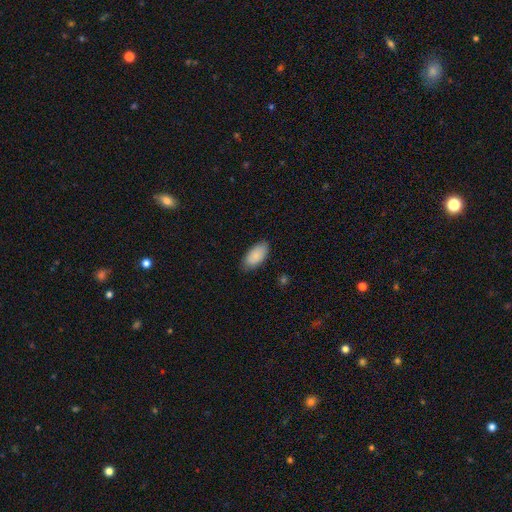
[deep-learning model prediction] A smooth galaxy with no disk features (87%) that is in between round and cigar-shaped (94%). Merging: none (80%).